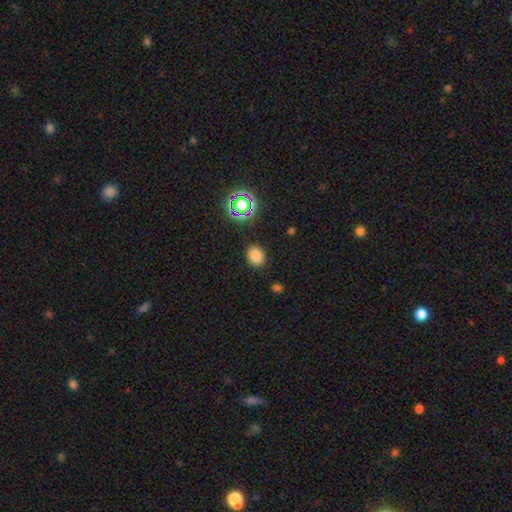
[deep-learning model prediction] smooth-or-featured: smooth: 79% | star or artifact: 17% | featured or disk: 5%
  how-rounded: round: 52% | in between: 47% | cigar-shaped: 1%
  merging: none: 86% | minor disturbance: 10% | major disturbance: 3% | merger: 2%